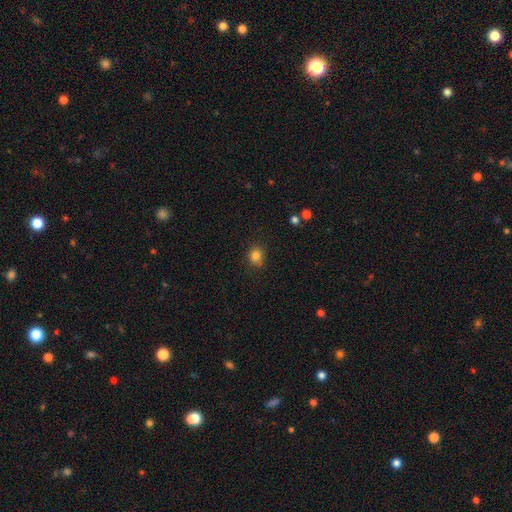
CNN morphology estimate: Smooth or featured?
  - smooth: 83% *
  - star or artifact: 12%
  - featured or disk: 5%
How rounded?
  - round: 77% *
  - in between: 22%
  - cigar-shaped: 1%
Merging?
  - none: 85% *
  - minor disturbance: 11%
  - major disturbance: 3%
  - merger: 2%